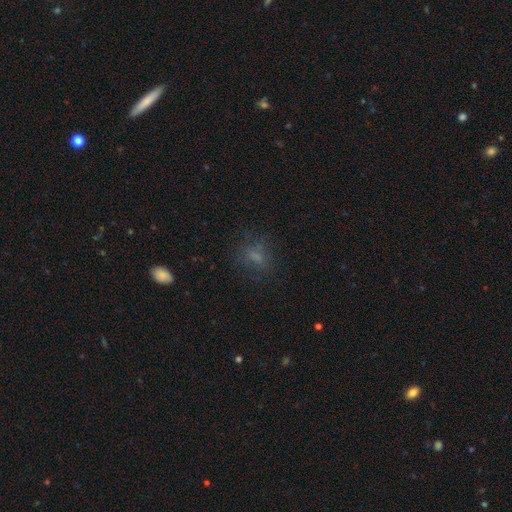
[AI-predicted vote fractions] smooth 64%, star or artifact 19%, featured or disk 17%. Down the decision tree: how rounded — in between (48%, tied with round); merging — none (67%).